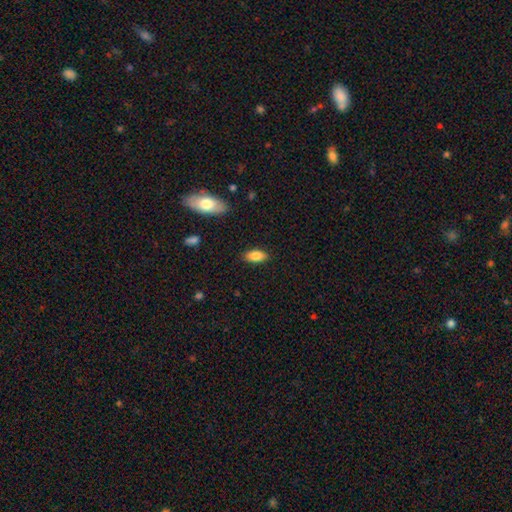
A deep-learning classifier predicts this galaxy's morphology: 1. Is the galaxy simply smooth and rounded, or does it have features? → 84% smooth, 9% featured or disk, 7% star or artifact.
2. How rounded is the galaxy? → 87% in between, 10% cigar-shaped, 3% round.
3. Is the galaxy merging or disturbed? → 87% none, 10% minor disturbance, 2% major disturbance, 1% merger.